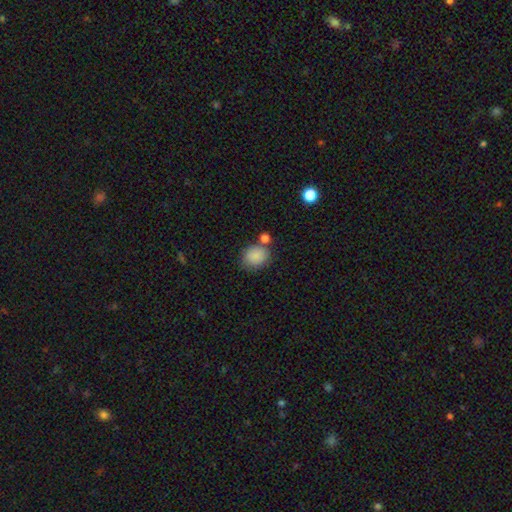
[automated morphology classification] Q: Smooth or featured?
A: smooth (86%); runner-up: star or artifact (8%)
Q: How rounded?
A: round (60%); runner-up: in between (39%)
Q: Merging?
A: none (68%); runner-up: minor disturbance (14%)